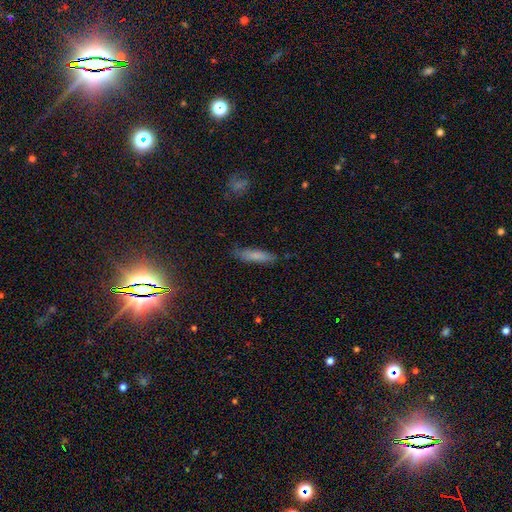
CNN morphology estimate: Smooth or featured? smooth (76%)
How rounded? cigar-shaped (79%)
Merging? none (82%)